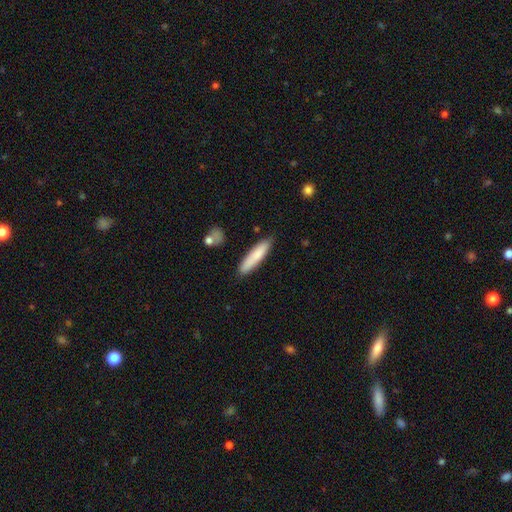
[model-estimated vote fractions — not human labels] A smooth galaxy with no disk features (80%) that is cigar-shaped (81%). Merging: none (84%).